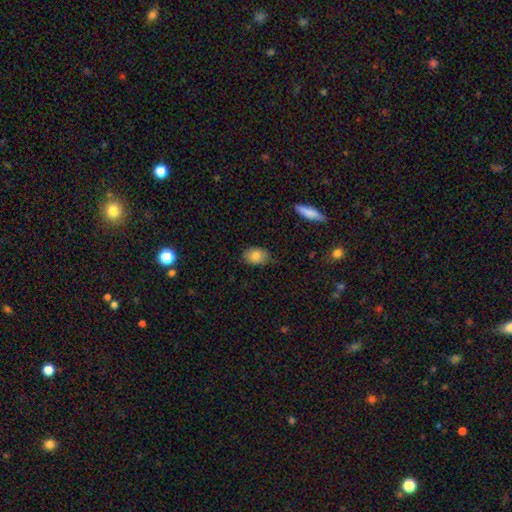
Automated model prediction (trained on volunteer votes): The model was most divided on "merging": none: 82%, minor disturbance: 15%, major disturbance: 3%, merger: 1%. More confident: how rounded — in between (83%); smooth or featured — smooth (82%).